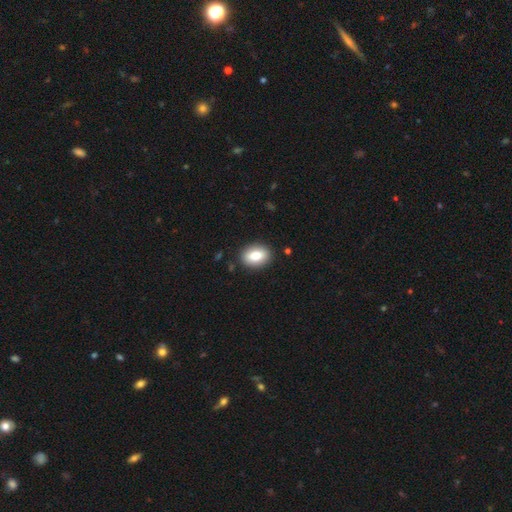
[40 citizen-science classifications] A smooth galaxy with no disk features (70%) that is in between round and cigar-shaped (79%). Merging: none (94%).